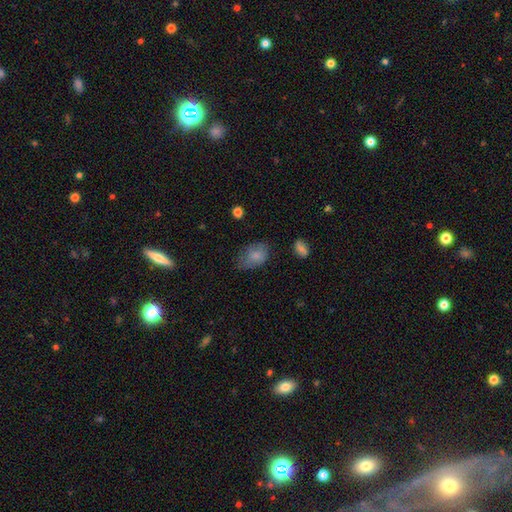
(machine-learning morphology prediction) This is likely a smooth galaxy (78%). How rounded: clearly in between (83%). Merging: possibly none (53%).